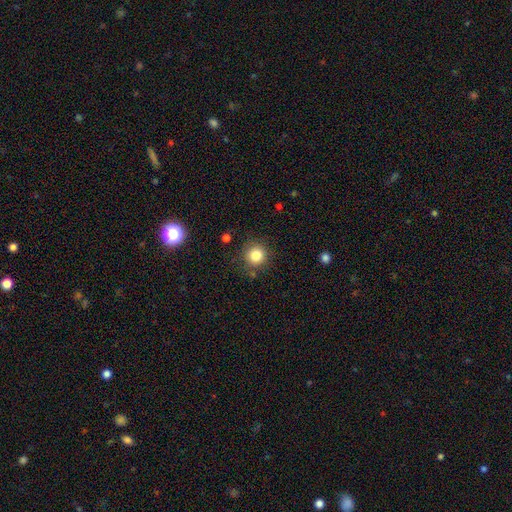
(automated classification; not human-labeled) smooth-or-featured: smooth: 83% | star or artifact: 12% | featured or disk: 6%
  how-rounded: round: 93% | in between: 6% | cigar-shaped: 1%
  merging: none: 85% | minor disturbance: 9% | major disturbance: 3% | merger: 3%